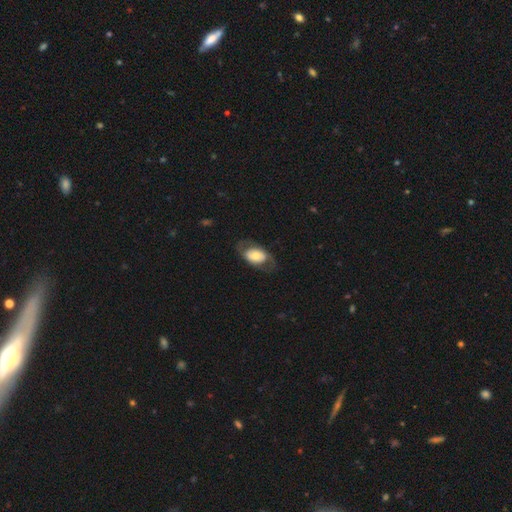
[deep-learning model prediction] Morphology: type=smooth (49%); merging=none (67%).